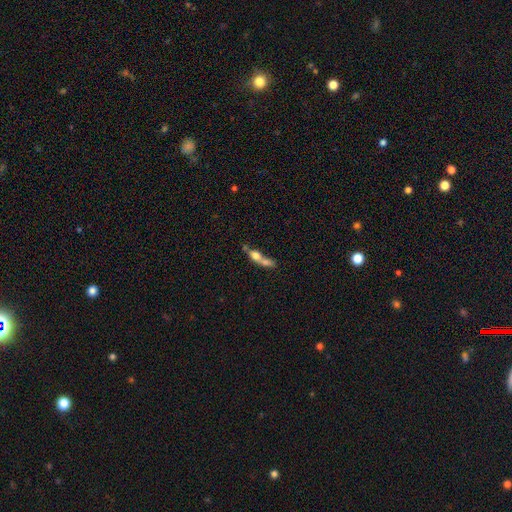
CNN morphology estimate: smooth_or_featured: smooth (p=0.58) [alt: featured or disk p=0.31]
how_rounded: in between (p=0.46) [alt: cigar-shaped p=0.31]
merging: merger (p=0.63) [alt: none p=0.19]